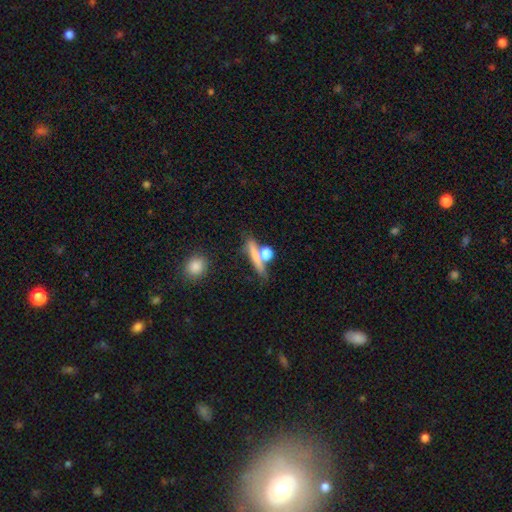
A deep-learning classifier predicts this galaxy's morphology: The model was most divided on "smooth or featured": smooth: 63%, featured or disk: 27%, star or artifact: 10%. More confident: how rounded — cigar-shaped (63%); merging — none (60%).